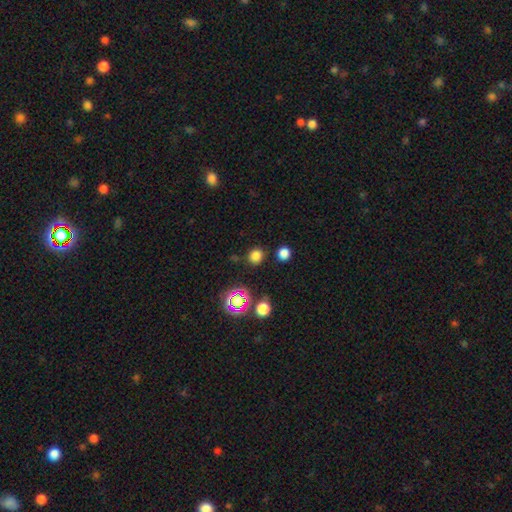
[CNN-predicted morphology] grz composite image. It shows a smooth galaxy with no disk features (75%) that is round (87%). Merging: none (84%).